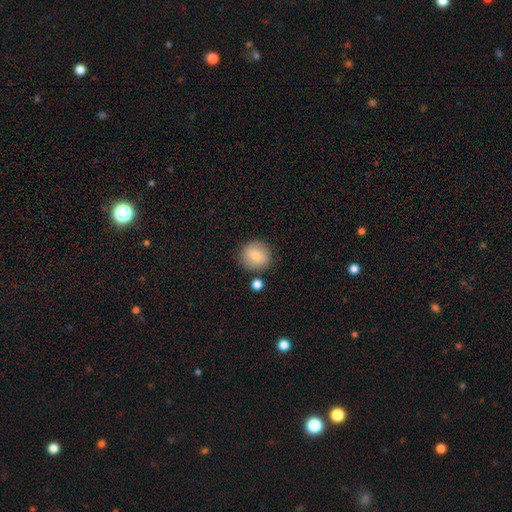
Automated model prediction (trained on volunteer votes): smooth-or-featured: smooth: 78% | featured or disk: 14% | star or artifact: 9%
  how-rounded: round: 91% | in between: 8% | cigar-shaped: 1%
  merging: none: 82% | minor disturbance: 10% | merger: 5% | major disturbance: 3%